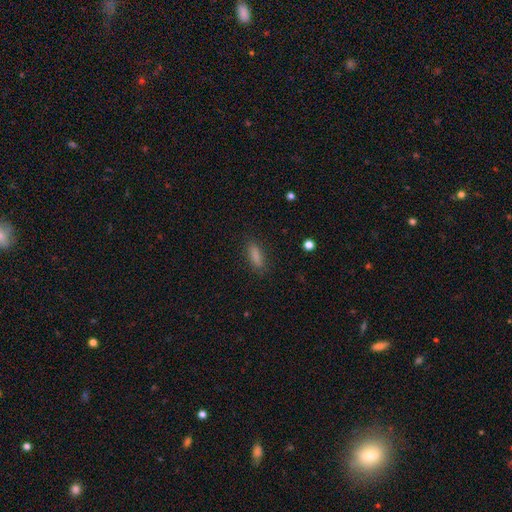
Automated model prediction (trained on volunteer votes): smooth 85%, star or artifact 9%, featured or disk 7%. Down the decision tree: how rounded — cigar-shaped (52%); merging — none (85%).